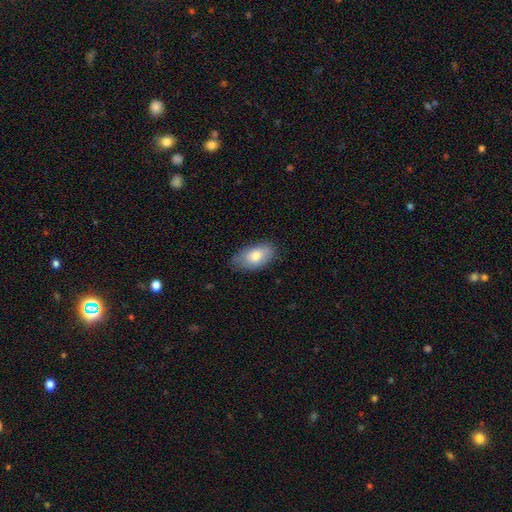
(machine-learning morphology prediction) type=smooth (78%); roundness=in between (93%); merging=none (76%).